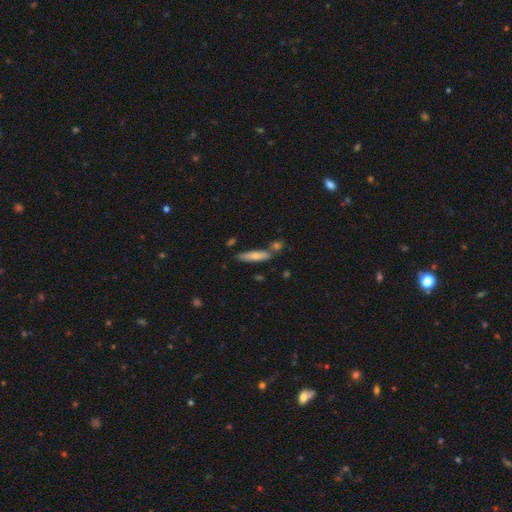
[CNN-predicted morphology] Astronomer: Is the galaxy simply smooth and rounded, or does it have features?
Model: smooth — 71%.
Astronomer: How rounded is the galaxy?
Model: cigar-shaped — 79%.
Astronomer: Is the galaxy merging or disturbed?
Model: none — 70%.